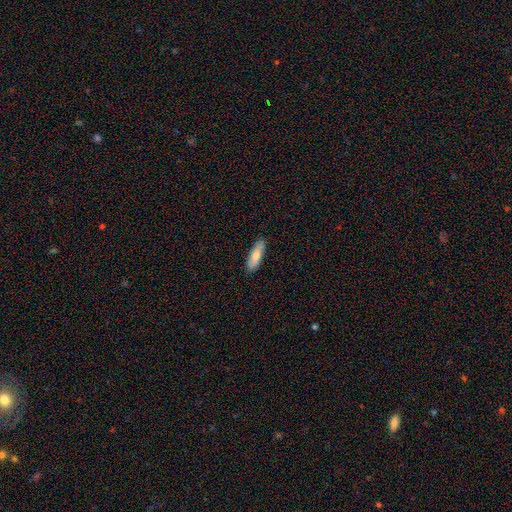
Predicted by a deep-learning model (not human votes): The model was most divided on "how rounded" (2-way tie): cigar-shaped: 49%, in between: 49%, round: 2%. More confident: merging — none (88%); smooth or featured — smooth (71%).